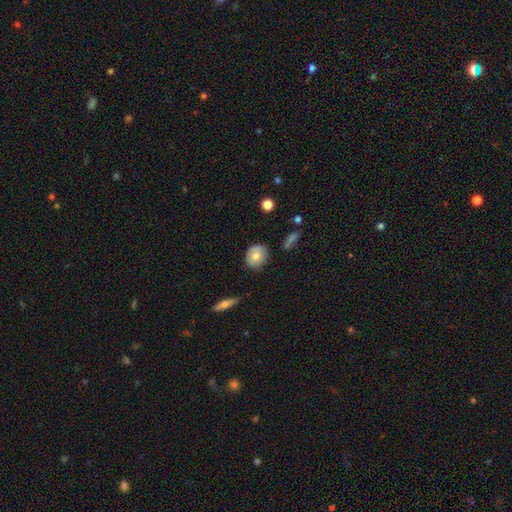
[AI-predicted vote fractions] A smooth galaxy with no disk features (70%) that is round (68%). Merging: none (71%).